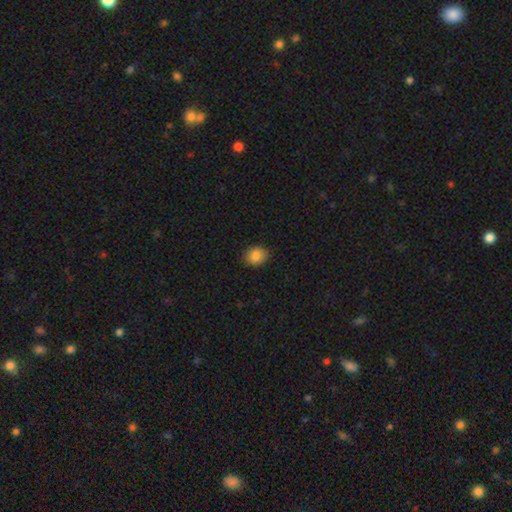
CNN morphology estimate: This is clearly a smooth galaxy (86%). How rounded: possibly in between (51%). Merging: clearly none (86%).